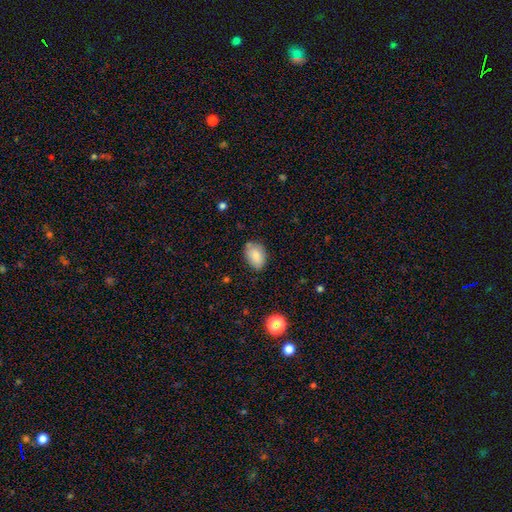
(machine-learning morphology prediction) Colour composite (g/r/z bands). It shows a smooth galaxy with no disk features (82%) that is in between round and cigar-shaped (82%). Merging: none (73%).